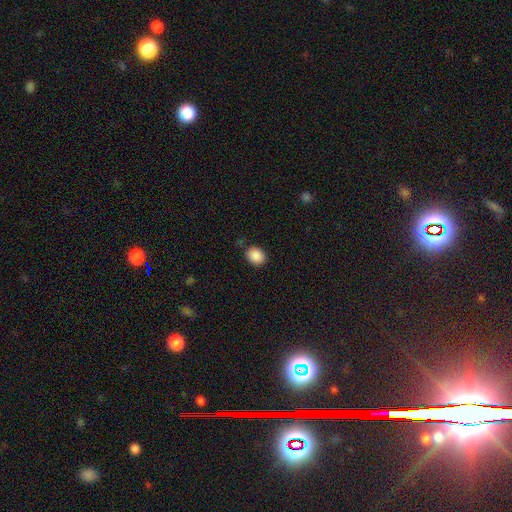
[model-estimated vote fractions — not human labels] The model was most divided on "how rounded": in between: 55%, round: 44%, cigar-shaped: 1%. More confident: smooth or featured — smooth (89%); merging — none (83%).